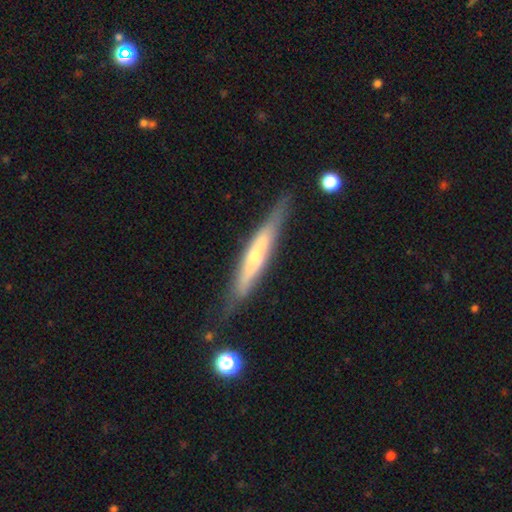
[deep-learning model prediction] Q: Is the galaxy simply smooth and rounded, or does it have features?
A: featured or disk — 52%.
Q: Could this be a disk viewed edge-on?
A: yes — 90%.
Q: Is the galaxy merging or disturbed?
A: none — 79%.